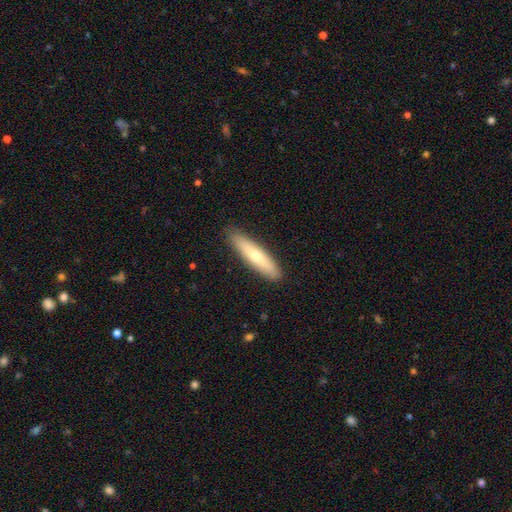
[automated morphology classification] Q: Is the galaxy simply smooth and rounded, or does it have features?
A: smooth — 58%.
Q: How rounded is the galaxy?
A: cigar-shaped — 81%.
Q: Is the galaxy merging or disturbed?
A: none — 90%.